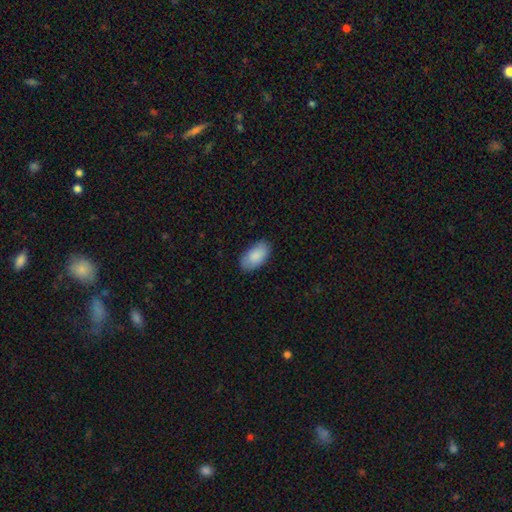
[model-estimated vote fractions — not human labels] This is clearly a smooth galaxy (88%). How rounded: clearly in between (95%). Merging: clearly none (83%).